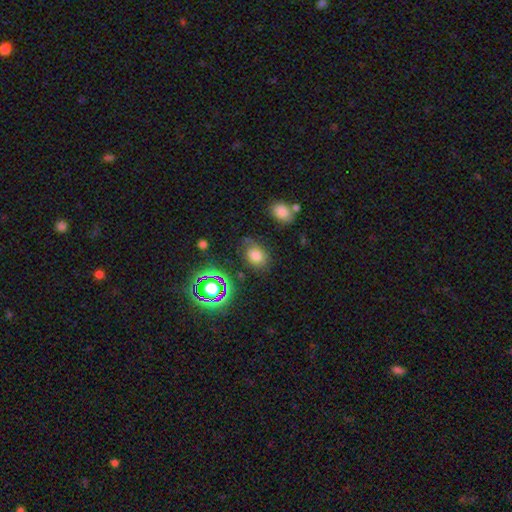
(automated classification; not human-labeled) Smooth or featured: smooth — 70% (star or artifact — 18%)
How rounded: in between — 60% (round — 39%)
Merging: none — 60% (minor disturbance — 26%)